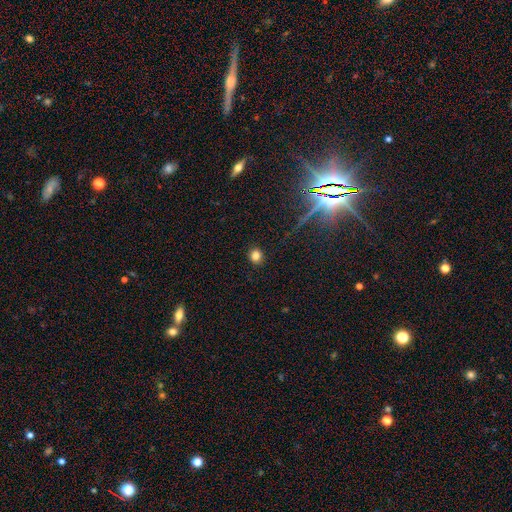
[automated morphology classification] Smooth or featured?
  - smooth: 80% *
  - star or artifact: 15%
  - featured or disk: 5%
How rounded?
  - round: 82% *
  - in between: 17%
  - cigar-shaped: 1%
Merging?
  - none: 90% *
  - minor disturbance: 6%
  - major disturbance: 2%
  - merger: 1%